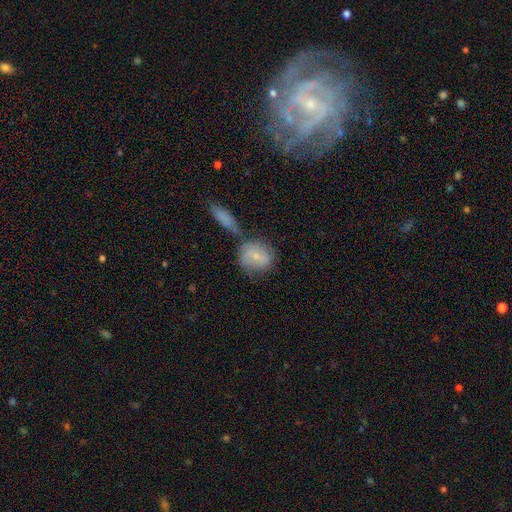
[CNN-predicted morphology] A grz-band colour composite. It shows a smooth galaxy with no disk features (52%) that is round (66%). Merging: none (44%).